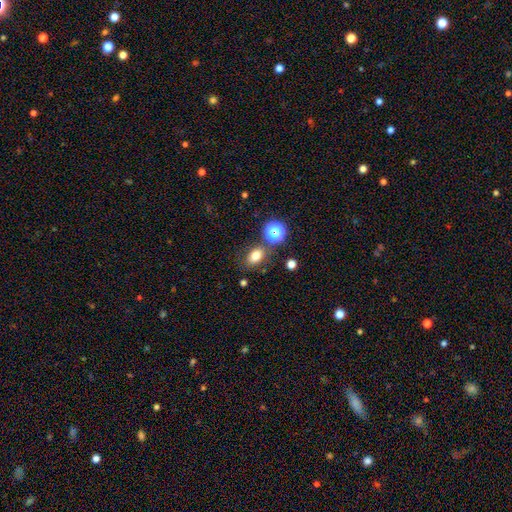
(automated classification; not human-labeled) Overall: smooth (75%). How rounded: in between (69%; round 29%). Merging: none (72%).